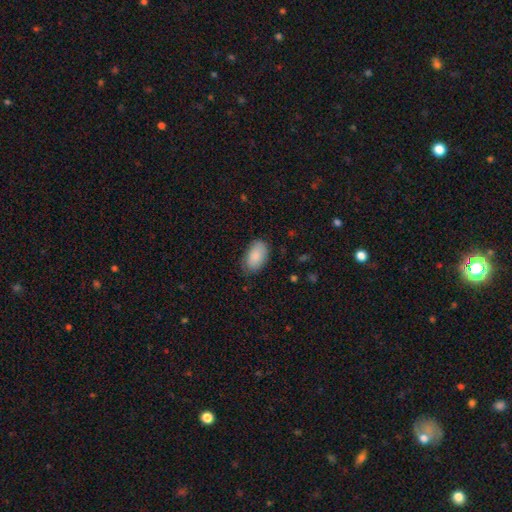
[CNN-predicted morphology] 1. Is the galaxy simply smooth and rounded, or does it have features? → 87% smooth, 7% featured or disk, 6% star or artifact.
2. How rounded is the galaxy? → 94% in between, 5% round, 1% cigar-shaped.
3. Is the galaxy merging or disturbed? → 76% none, 19% minor disturbance, 4% major disturbance, 1% merger.